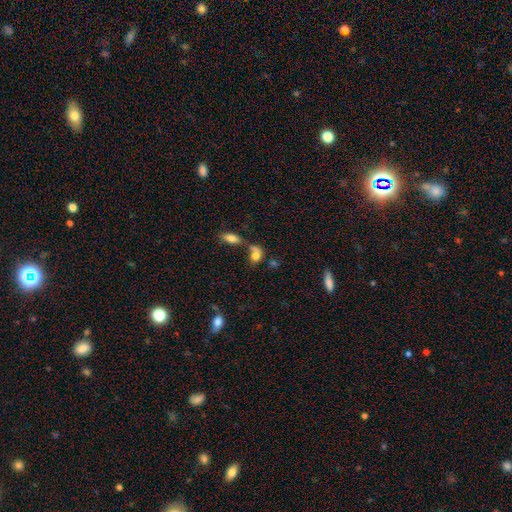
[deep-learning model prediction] Overall: smooth (74%). How rounded: in between (56%; round 40%). Merging: merger (50%; none 29%).